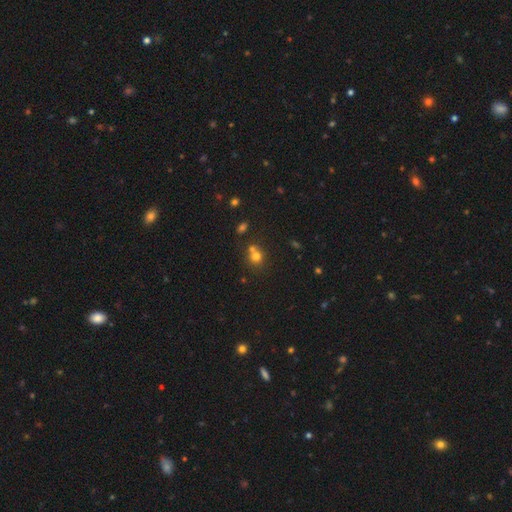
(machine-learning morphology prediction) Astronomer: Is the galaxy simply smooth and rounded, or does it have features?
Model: smooth — 71%.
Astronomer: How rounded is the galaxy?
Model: round — 80%.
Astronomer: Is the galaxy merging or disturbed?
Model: none — 46% (runner-up: merger, 42%).